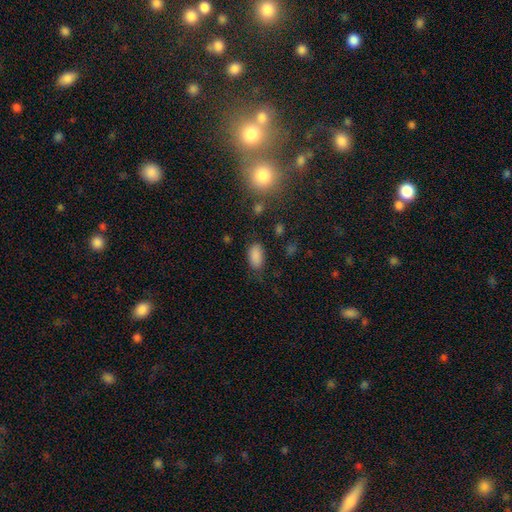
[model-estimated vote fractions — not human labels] The model was most divided on "merging": none: 73%, minor disturbance: 18%, major disturbance: 6%, merger: 2%. More confident: how rounded — in between (93%); smooth or featured — smooth (85%).